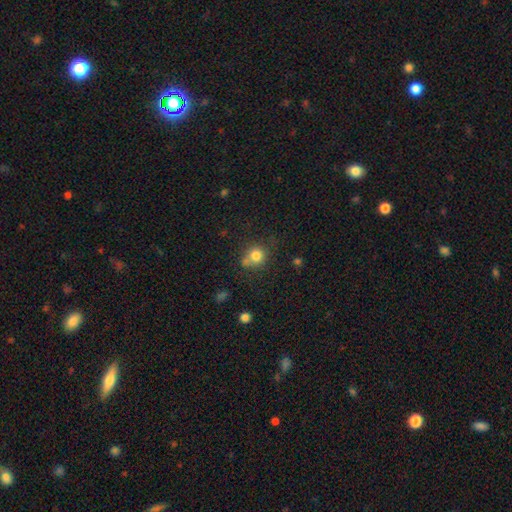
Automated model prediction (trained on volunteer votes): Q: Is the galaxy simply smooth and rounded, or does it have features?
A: smooth — 79%.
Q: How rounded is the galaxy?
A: round — 85%.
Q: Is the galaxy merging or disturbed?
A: none — 58%.